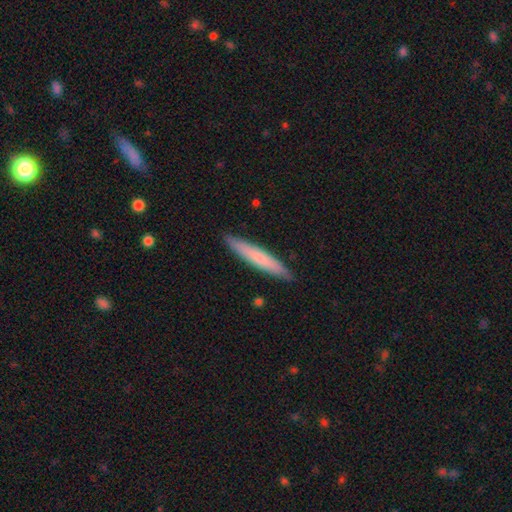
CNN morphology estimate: Smooth or featured? Predicted: smooth (p=0.65). How rounded? Predicted: cigar-shaped (p=0.93). Merging? Predicted: none (p=0.90).